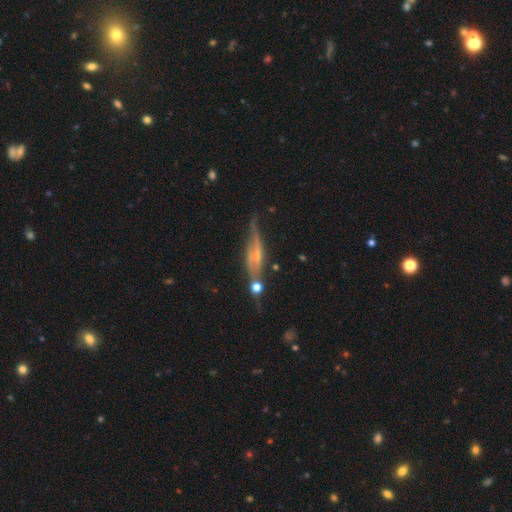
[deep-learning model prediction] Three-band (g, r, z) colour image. It shows a featured or disk galaxy (74%) viewed edge-on (79%) with a rounded central bulge (56%). Merging: none (56%).